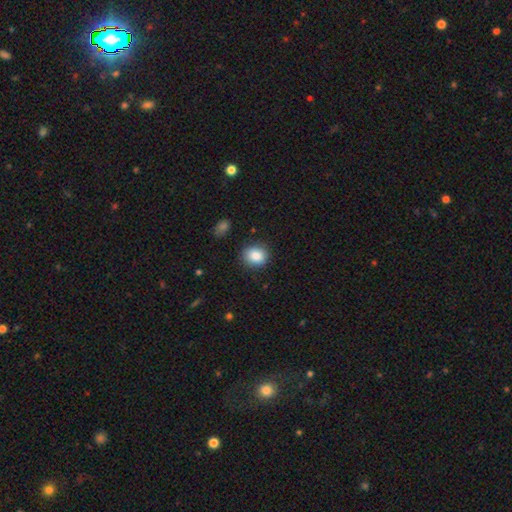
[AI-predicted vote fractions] Smooth or featured? Predicted: smooth (p=0.86). How rounded? Predicted: round (p=0.77). Merging? Predicted: none (p=0.86).